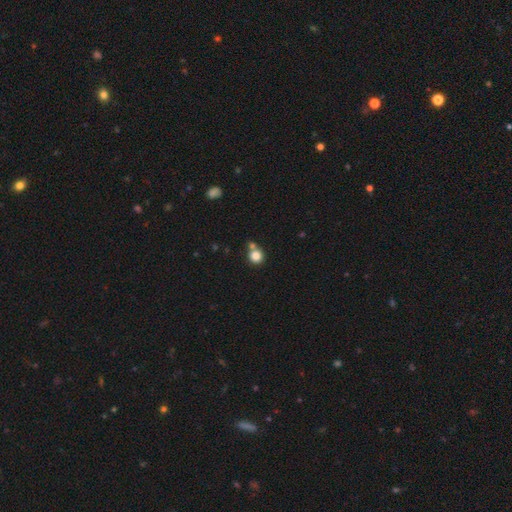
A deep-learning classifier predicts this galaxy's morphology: smooth 83%, star or artifact 11%, featured or disk 6%. Down the decision tree: how rounded — round (90%); merging — none (61%).